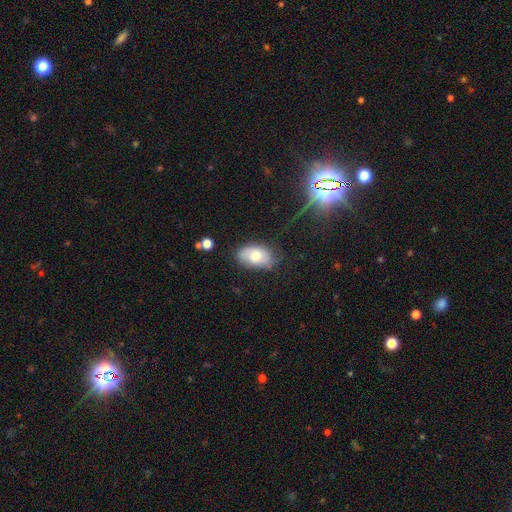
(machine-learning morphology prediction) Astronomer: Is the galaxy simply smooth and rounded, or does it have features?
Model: smooth — 73%.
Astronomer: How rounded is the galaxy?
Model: in between — 92%.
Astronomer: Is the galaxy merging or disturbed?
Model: none — 67%.